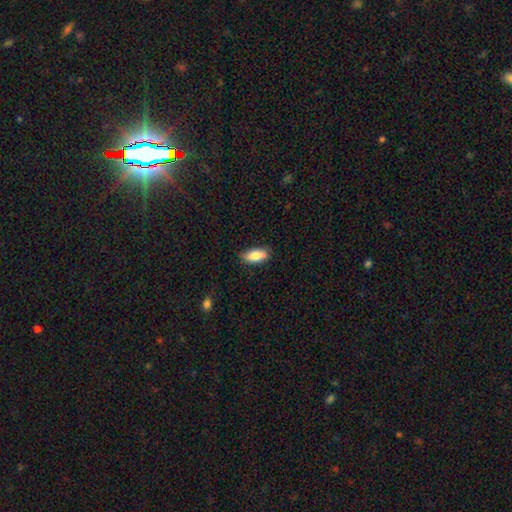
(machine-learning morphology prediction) smooth_or_featured: smooth (p=0.84) [alt: featured or disk p=0.10]
how_rounded: in between (p=0.83) [alt: cigar-shaped p=0.15]
merging: none (p=0.82) [alt: minor disturbance p=0.15]